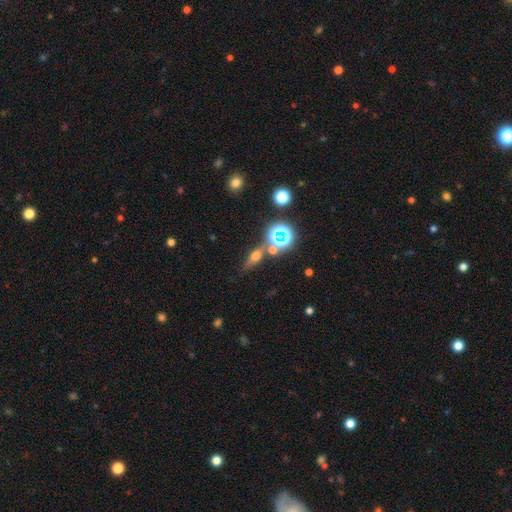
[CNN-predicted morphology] A featured or disk galaxy (38%).

Vote fractions:
- Smooth or featured? featured or disk: 38% / smooth: 36% / star or artifact: 26%
- Merging? none: 73% / merger: 11% / minor disturbance: 11% / major disturbance: 4%